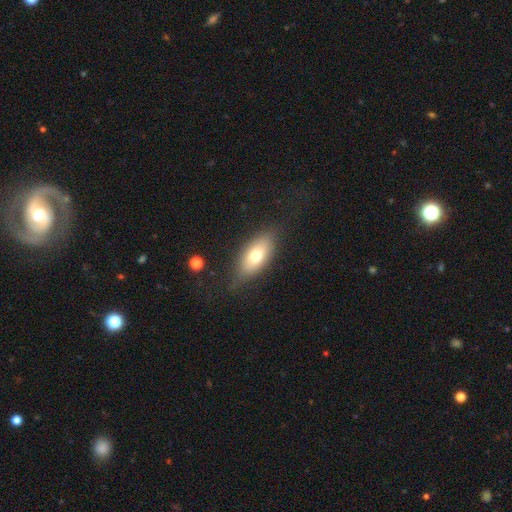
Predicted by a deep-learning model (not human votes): A smooth galaxy with no disk features (69%) that is in between round and cigar-shaped (85%).

Vote fractions:
- Smooth or featured? smooth: 69% / featured or disk: 22% / star or artifact: 8%
- How rounded? in between: 85% / cigar-shaped: 10% / round: 5%
- Merging? none: 75% / minor disturbance: 18% / major disturbance: 6% / merger: 2%